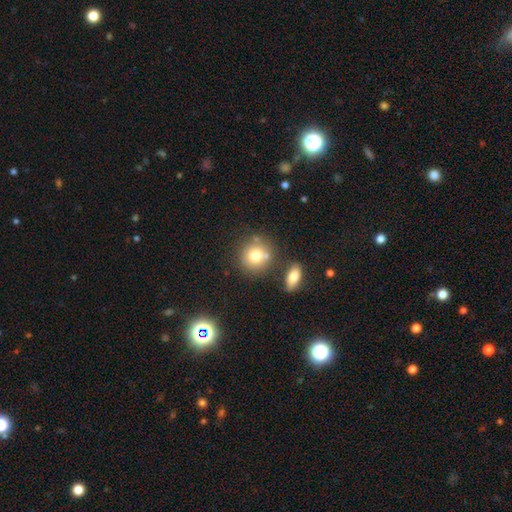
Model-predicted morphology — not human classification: Smooth or featured? smooth (76%)
How rounded? round (86%)
Merging? none (66%)